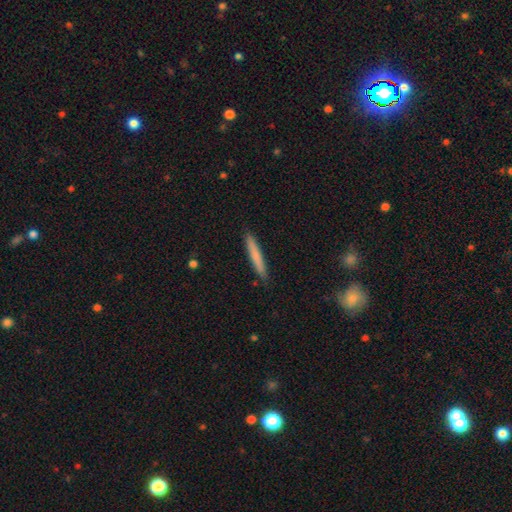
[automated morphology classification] Smooth or featured? Predicted: smooth (p=0.75). How rounded? Predicted: cigar-shaped (p=0.96). Merging? Predicted: none (p=0.90).